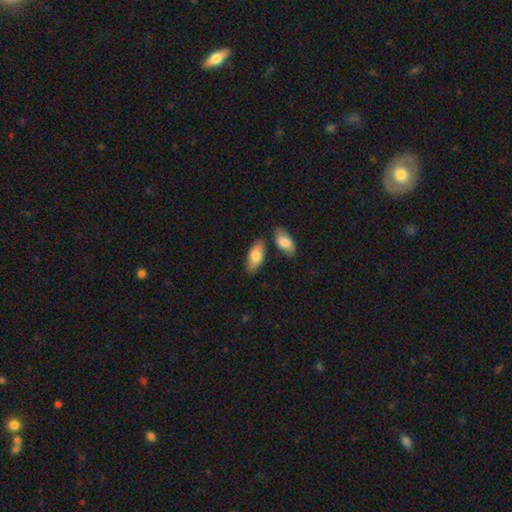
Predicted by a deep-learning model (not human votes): Smooth or featured? smooth (78%)
How rounded? in between (90%)
Merging? none (72%)